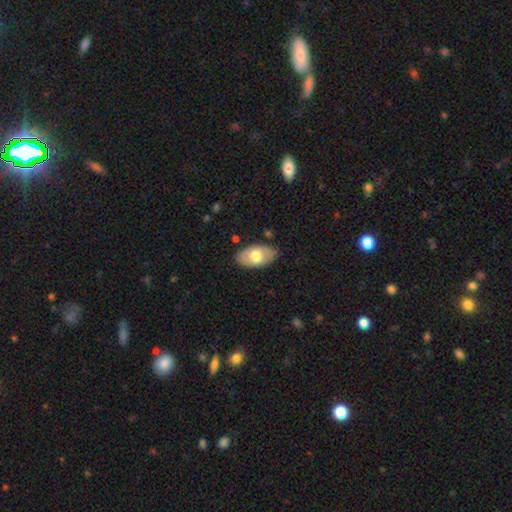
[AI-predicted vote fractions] Q: Smooth or featured?
A: smooth (68%); runner-up: featured or disk (26%)
Q: How rounded?
A: in between (94%); runner-up: round (4%)
Q: Merging?
A: none (83%); runner-up: minor disturbance (13%)